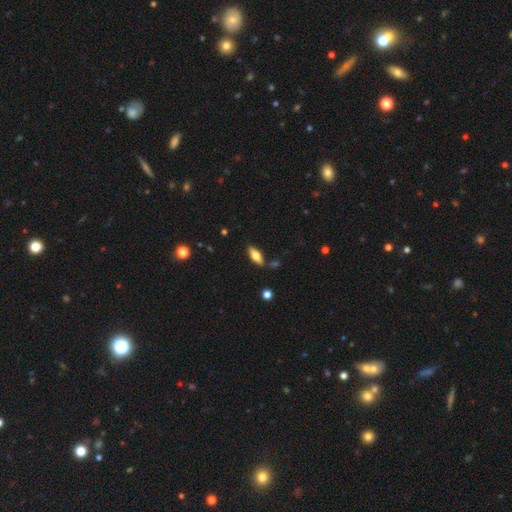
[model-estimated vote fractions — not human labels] Smooth or featured?
  - smooth: 63% *
  - featured or disk: 30%
  - star or artifact: 7%
How rounded?
  - in between: 72% *
  - cigar-shaped: 25%
  - round: 3%
Merging?
  - none: 78% *
  - minor disturbance: 14%
  - merger: 5%
  - major disturbance: 3%